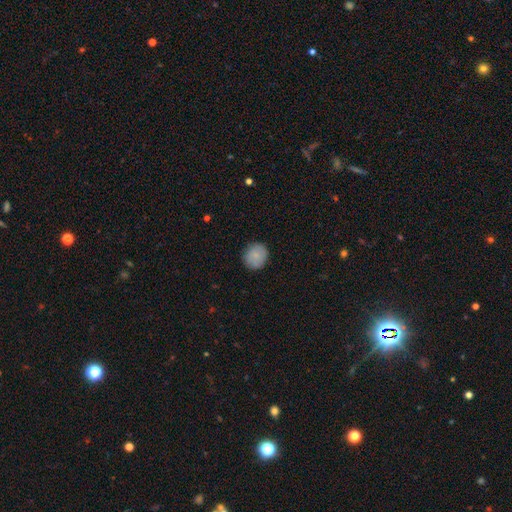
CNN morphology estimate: smooth_or_featured: smooth (p=0.83) [alt: featured or disk p=0.10]
how_rounded: round (p=0.87) [alt: in between p=0.12]
merging: none (p=0.87) [alt: minor disturbance p=0.09]